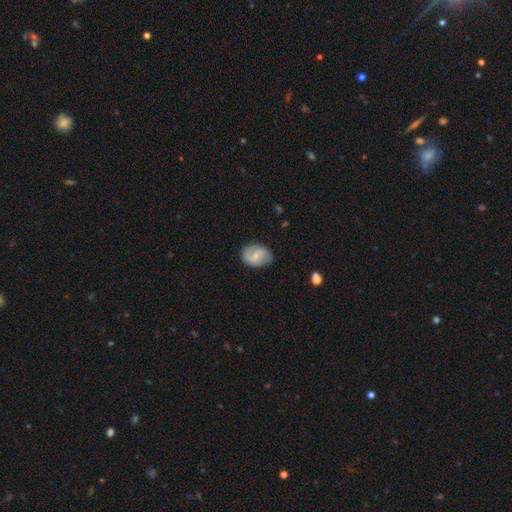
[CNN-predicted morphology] This appears to be a featured or disk galaxy (64%) with a weak bar (55%), 2 (86%) loose (42%) spiral arms (88%) and a small central bulge (59%). Merging: none (78%).